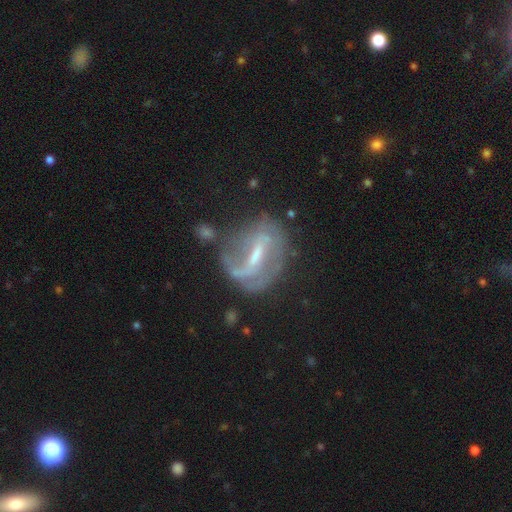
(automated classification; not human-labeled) smooth_or_featured: featured or disk (p=0.76) [alt: smooth p=0.15]
disk_edge_on: no (p=0.93) [alt: yes p=0.07]
bar: strong (p=0.50) [alt: weak p=0.38]
has_spiral_arms: yes (p=0.74) [alt: no p=0.26]
spiral_winding: medium (p=0.38) [alt: loose p=0.33]
spiral_arm_count: 2 (p=0.49) [alt: can't tell p=0.24]
bulge_size: small (p=0.47) [alt: moderate p=0.36]
merging: none (p=0.48) [alt: minor disturbance p=0.23]